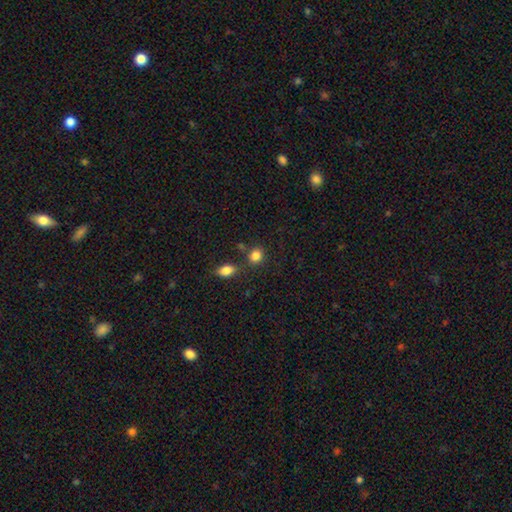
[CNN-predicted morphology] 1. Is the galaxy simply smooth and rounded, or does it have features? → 85% smooth, 10% star or artifact, 5% featured or disk.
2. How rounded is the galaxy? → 61% round, 38% in between, 1% cigar-shaped.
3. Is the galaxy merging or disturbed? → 70% none, 14% merger, 12% minor disturbance, 4% major disturbance.